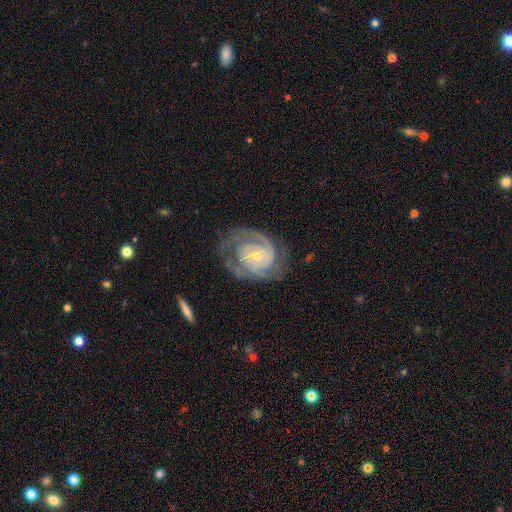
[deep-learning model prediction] Overall: featured or disk (87%). Edge-on disk: no (97%). Bar: no (65%; weak 28%). Spiral arms: yes (95%). Spiral arm count: 2 (51%; can't tell 20%). Spiral winding: tight (65%; medium 29%). Bulge size: small (67%; moderate 29%). Merging: none (66%).